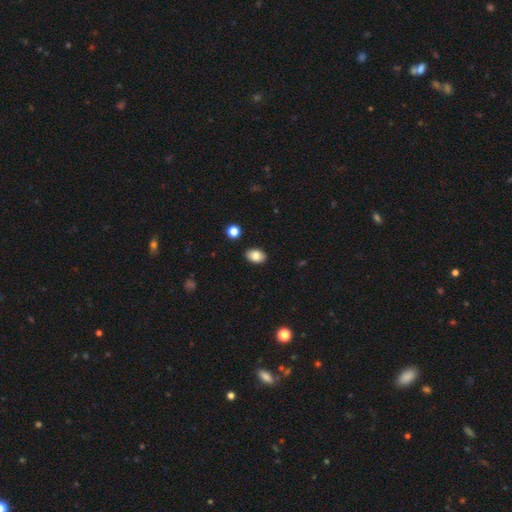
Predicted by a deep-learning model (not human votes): Smooth or featured?
  - smooth: 84% *
  - star or artifact: 8%
  - featured or disk: 8%
How rounded?
  - in between: 85% *
  - round: 14%
  - cigar-shaped: 1%
Merging?
  - none: 88% *
  - minor disturbance: 8%
  - major disturbance: 2%
  - merger: 2%